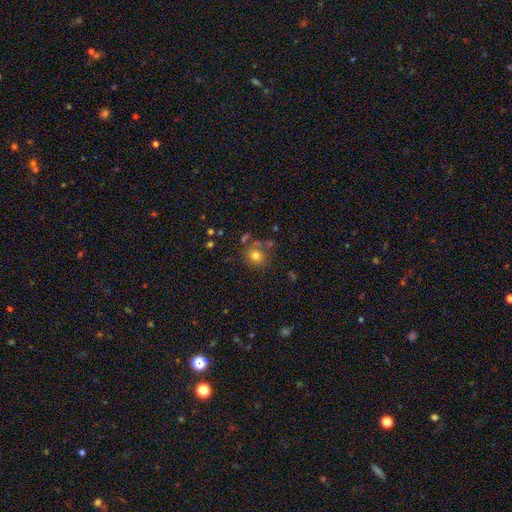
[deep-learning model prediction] Smooth or featured?
  - smooth: 77% *
  - star or artifact: 13%
  - featured or disk: 10%
How rounded?
  - round: 73% *
  - in between: 26%
  - cigar-shaped: 1%
Merging?
  - none: 65% *
  - minor disturbance: 15%
  - merger: 13%
  - major disturbance: 7%